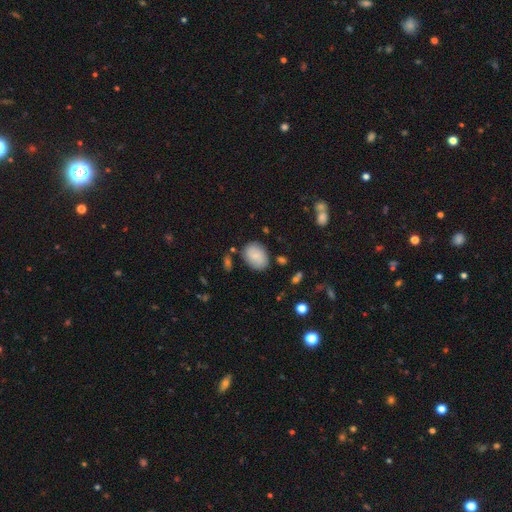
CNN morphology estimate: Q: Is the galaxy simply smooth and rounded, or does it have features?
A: smooth — 76%.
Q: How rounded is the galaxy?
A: in between — 73%.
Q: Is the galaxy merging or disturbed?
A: none — 78%.